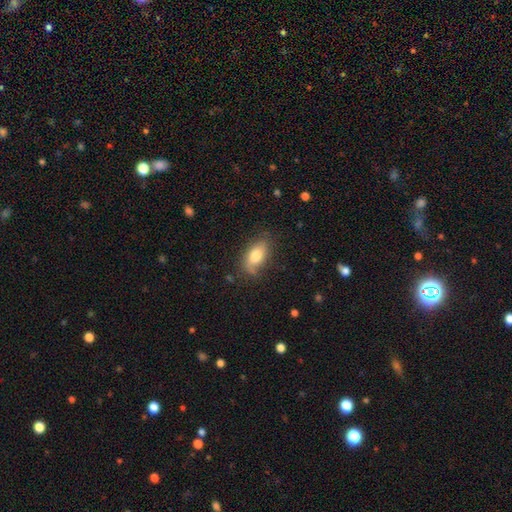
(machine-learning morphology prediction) Q: Smooth or featured?
A: smooth (74%); runner-up: featured or disk (19%)
Q: How rounded?
A: in between (89%); runner-up: round (6%)
Q: Merging?
A: none (69%); runner-up: minor disturbance (23%)